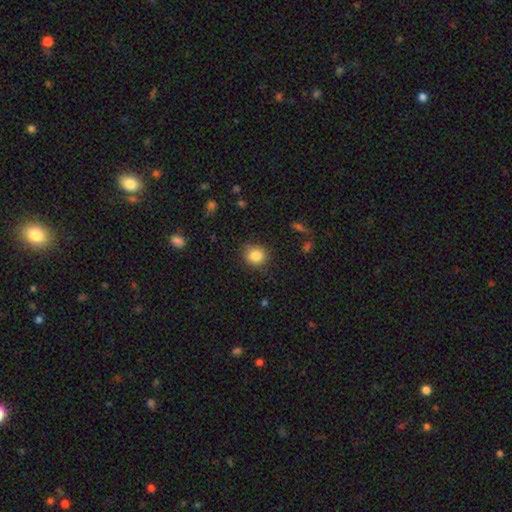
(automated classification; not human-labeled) smooth-or-featured: smooth: 84% | star or artifact: 10% | featured or disk: 6%
  how-rounded: round: 80% | in between: 19% | cigar-shaped: 1%
  merging: none: 82% | minor disturbance: 14% | major disturbance: 3% | merger: 1%